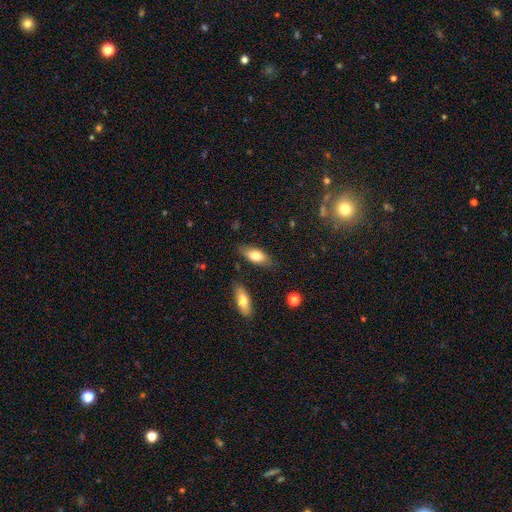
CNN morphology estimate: The model was most divided on "smooth or featured": smooth: 76%, featured or disk: 17%, star or artifact: 7%. More confident: how rounded — in between (82%); merging — none (78%).